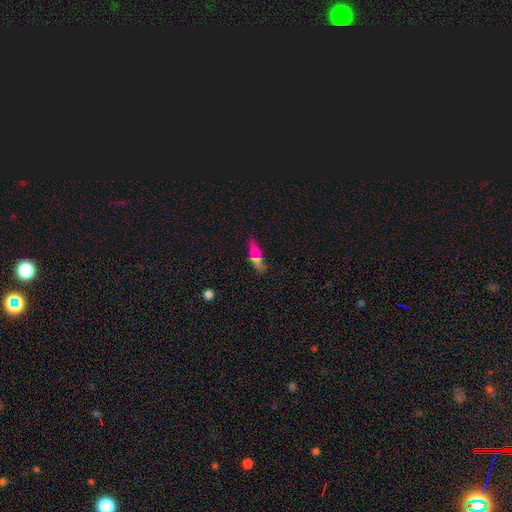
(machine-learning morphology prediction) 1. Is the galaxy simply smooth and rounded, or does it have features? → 61% smooth, 28% featured or disk, 11% star or artifact.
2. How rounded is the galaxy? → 63% cigar-shaped, 33% in between, 4% round.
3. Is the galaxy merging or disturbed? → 64% none, 16% minor disturbance, 15% merger, 6% major disturbance.